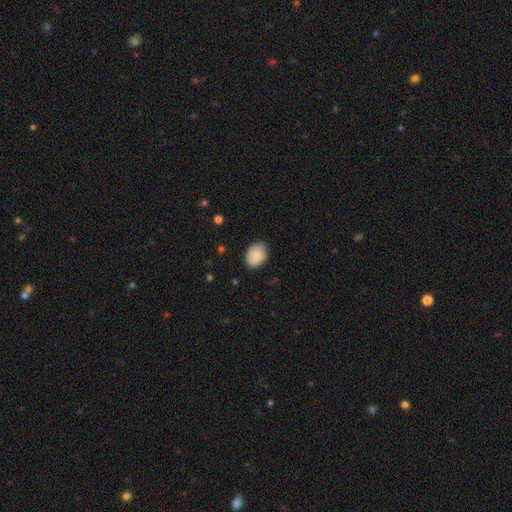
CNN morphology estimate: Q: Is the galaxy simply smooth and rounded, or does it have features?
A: smooth — 83%.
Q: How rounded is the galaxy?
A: in between — 68%.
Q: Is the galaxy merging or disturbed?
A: none — 75%.